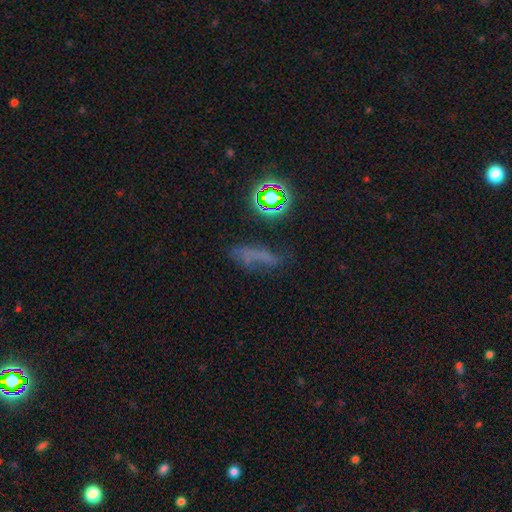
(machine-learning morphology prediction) A smooth galaxy with no disk features (35%, tied with star or artifact). Merging: none (53%).